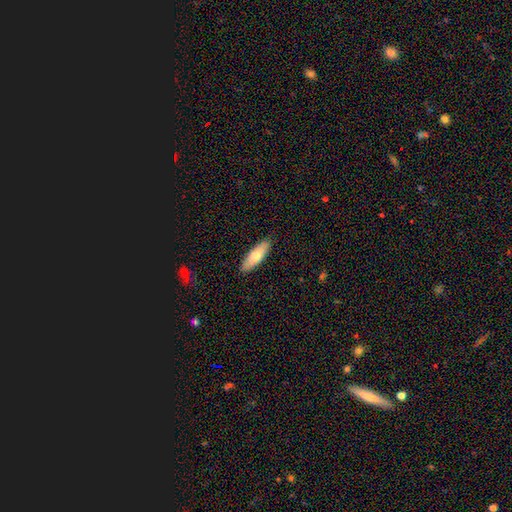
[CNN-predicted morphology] This is likely a smooth galaxy (70%). How rounded: possibly in between (55%). Merging: clearly none (89%).